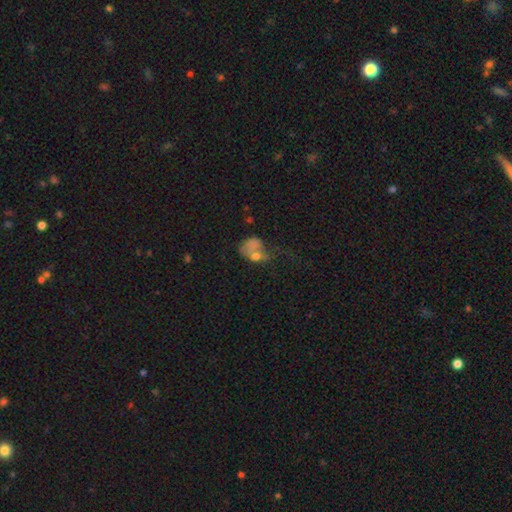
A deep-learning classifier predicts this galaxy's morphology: A smooth galaxy with no disk features (58%) that is in between round and cigar-shaped (62%).

Vote fractions:
- Smooth or featured? smooth: 58% / featured or disk: 29% / star or artifact: 13%
- How rounded? in between: 62% / round: 36% / cigar-shaped: 2%
- Merging? major disturbance: 39% / merger: 30% / none: 18% / minor disturbance: 14%